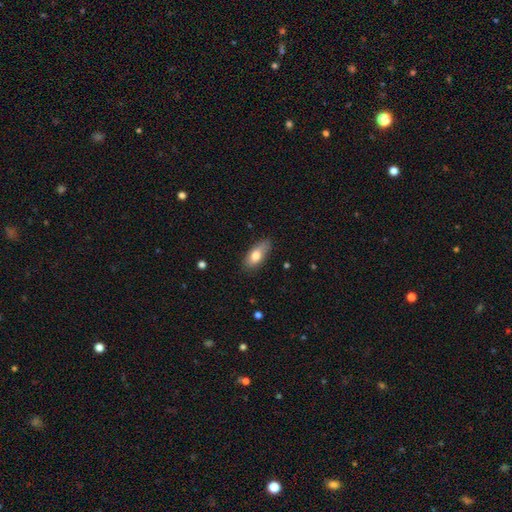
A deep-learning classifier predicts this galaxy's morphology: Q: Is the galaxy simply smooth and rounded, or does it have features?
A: smooth — 76%.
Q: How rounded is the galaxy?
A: in between — 83%.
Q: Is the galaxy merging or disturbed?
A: none — 76%.